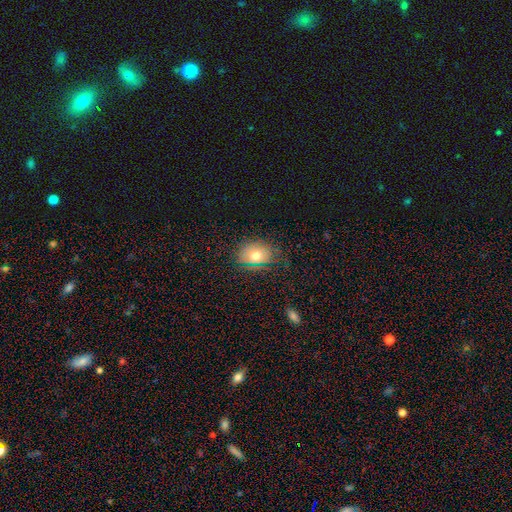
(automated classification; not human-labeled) This appears to be a smooth galaxy with no disk features (71%) that is in between round and cigar-shaped (54%). Merging: none (76%).